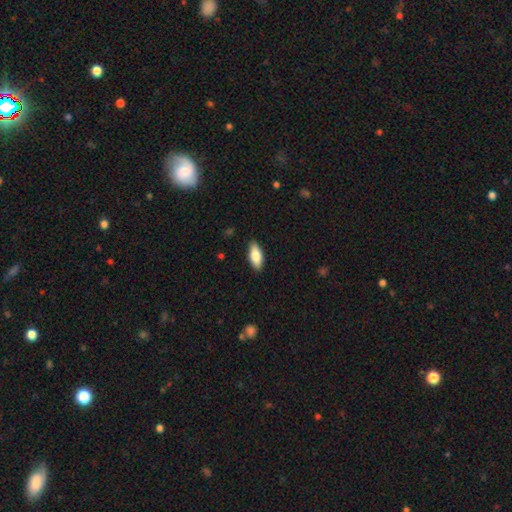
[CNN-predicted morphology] Smooth or featured?
  - smooth: 79% *
  - featured or disk: 15%
  - star or artifact: 6%
How rounded?
  - in between: 80% *
  - cigar-shaped: 17%
  - round: 2%
Merging?
  - none: 89% *
  - minor disturbance: 8%
  - major disturbance: 2%
  - merger: 1%